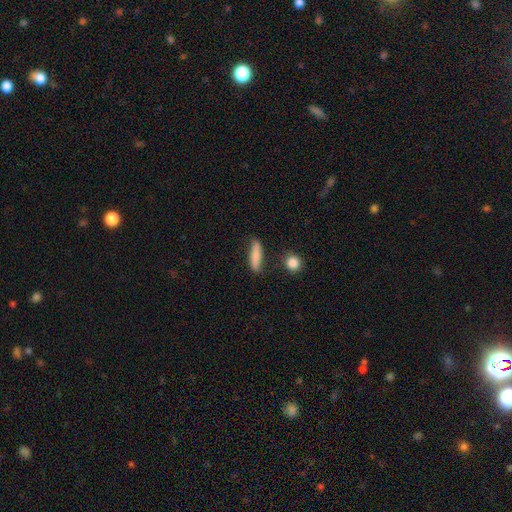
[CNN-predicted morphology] Overall: smooth (77%). How rounded: cigar-shaped (67%; in between 30%). Merging: none (77%).